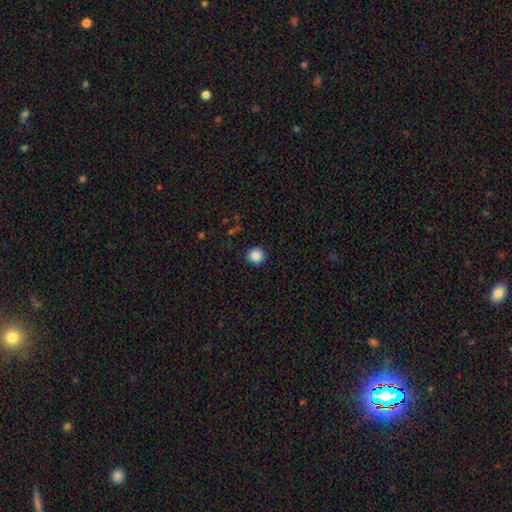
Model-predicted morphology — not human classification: Q: Smooth or featured?
A: smooth (88%); runner-up: star or artifact (10%)
Q: How rounded?
A: round (93%); runner-up: in between (6%)
Q: Merging?
A: none (91%); runner-up: minor disturbance (6%)